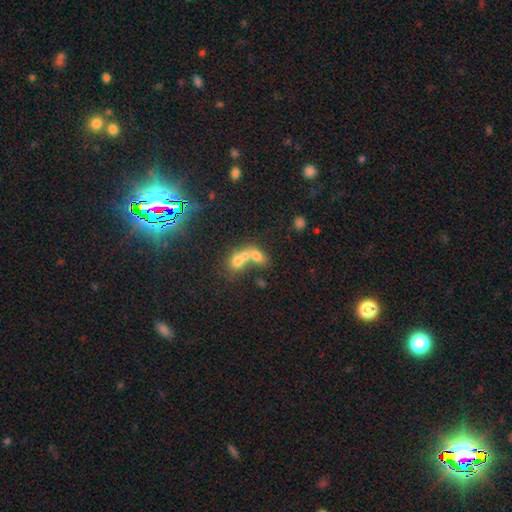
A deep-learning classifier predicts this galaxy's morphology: smooth 66%, featured or disk 20%, star or artifact 14%. Down the decision tree: how rounded — in between (65%); merging — merger (69%).